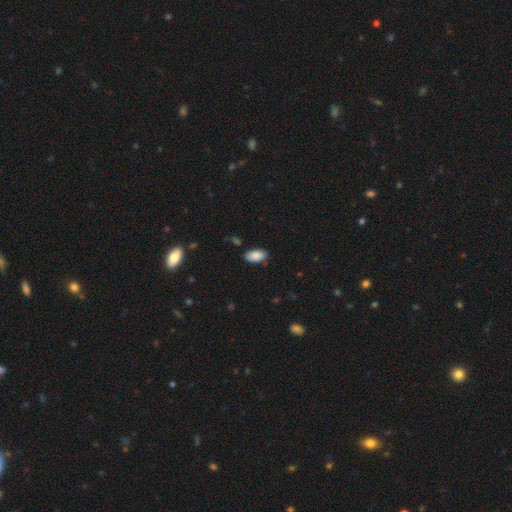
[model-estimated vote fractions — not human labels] Overall: smooth (88%). How rounded: in between (95%). Merging: none (84%).